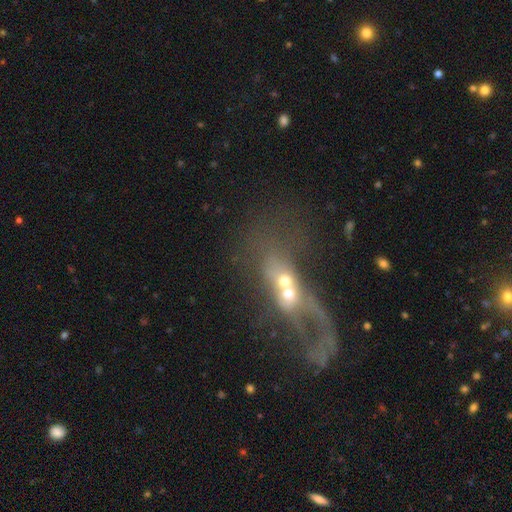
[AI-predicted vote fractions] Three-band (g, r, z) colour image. It shows a featured or disk galaxy (65%) with no bar (57%), spiral arms (50%, tied with no) and a moderate central bulge (48%). Merging: merger (39%).